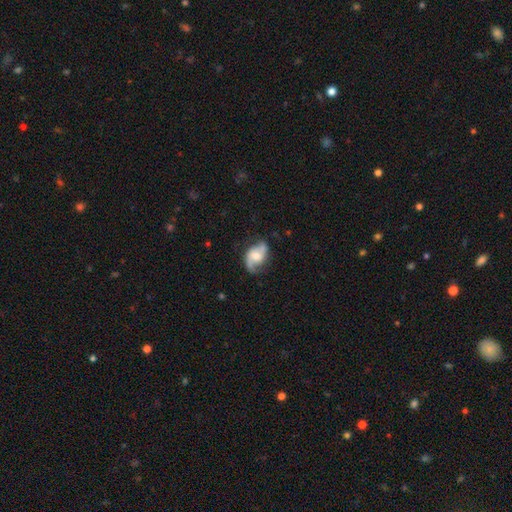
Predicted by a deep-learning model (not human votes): Q: Smooth or featured?
A: featured or disk (71%); runner-up: smooth (22%)
Q: Edge-on disk?
A: no (97%); runner-up: yes (3%)
Q: Bar?
A: no (52%); runner-up: weak (37%)
Q: Spiral arms?
A: yes (92%); runner-up: no (8%)
Q: Spiral winding?
A: loose (51%); runner-up: medium (37%)
Q: Spiral arm count?
A: 2 (84%); runner-up: 1 (7%)
Q: Bulge size?
A: moderate (58%); runner-up: small (27%)
Q: Merging?
A: none (62%); runner-up: minor disturbance (25%)